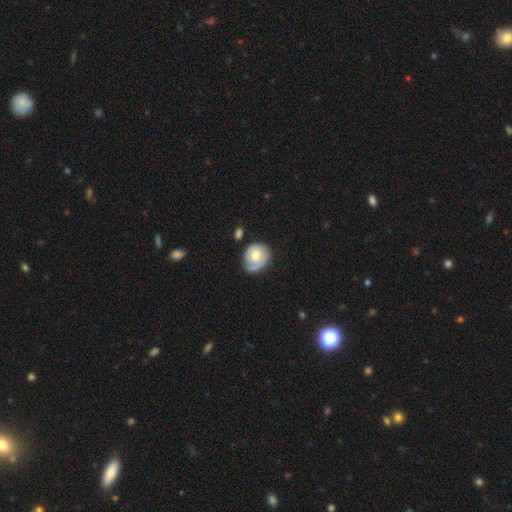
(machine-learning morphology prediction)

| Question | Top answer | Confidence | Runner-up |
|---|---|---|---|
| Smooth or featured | featured or disk | 57% | smooth (37%) |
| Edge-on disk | no | 97% | yes (3%) |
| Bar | no | 73% | weak (23%) |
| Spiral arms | yes | 78% | no (22%) |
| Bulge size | moderate | 62% | small (17%) |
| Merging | none | 63% | minor disturbance (24%) |